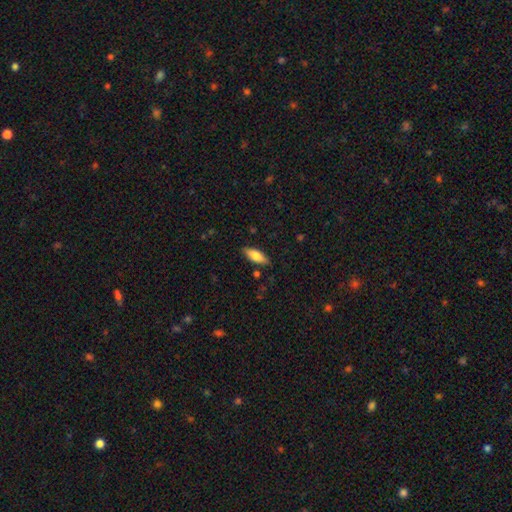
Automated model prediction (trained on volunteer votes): Morphology: type=smooth (79%); roundness=in between (69%); merging=none (85%).